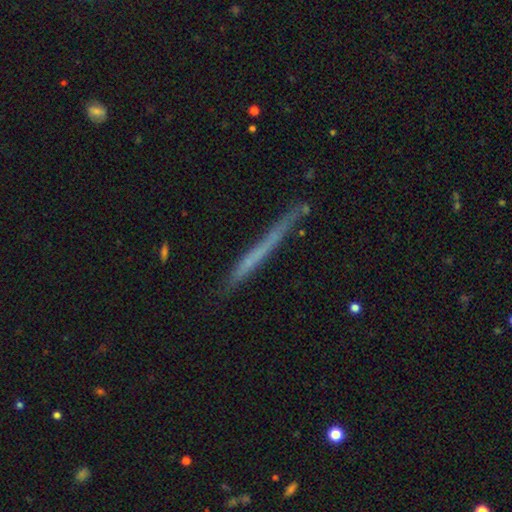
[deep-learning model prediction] Smooth or featured? Predicted: featured or disk (p=0.48). Merging? Predicted: none (p=0.80).